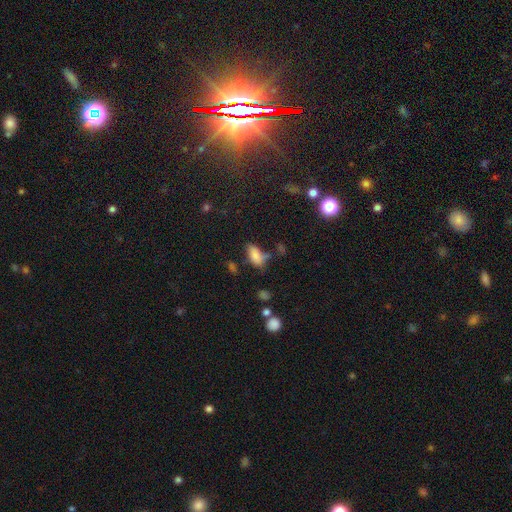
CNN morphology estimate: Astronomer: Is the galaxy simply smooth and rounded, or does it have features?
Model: smooth — 78%.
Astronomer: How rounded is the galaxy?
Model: in between — 89%.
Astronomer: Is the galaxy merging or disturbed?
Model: none — 43% (runner-up: minor disturbance, 28%).